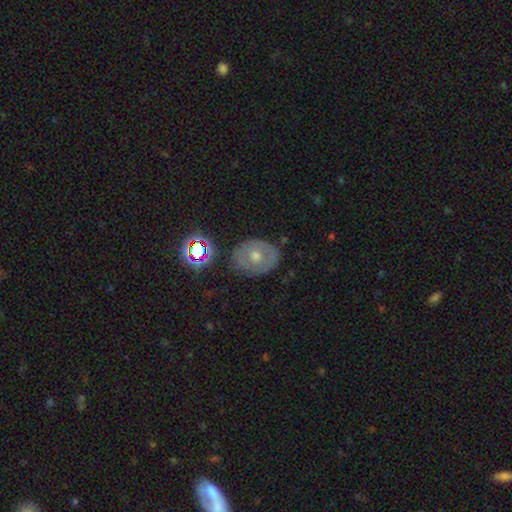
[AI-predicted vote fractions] This appears to be a featured or disk galaxy (48%). Merging: none (79%).